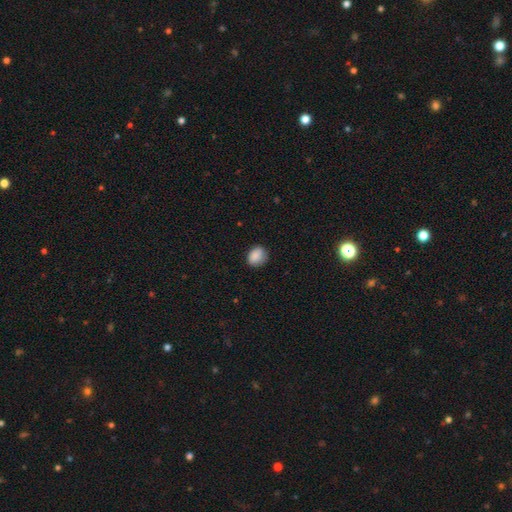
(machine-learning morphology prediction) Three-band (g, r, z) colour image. It shows a smooth galaxy with no disk features (88%) that is round (56%). Merging: none (79%).